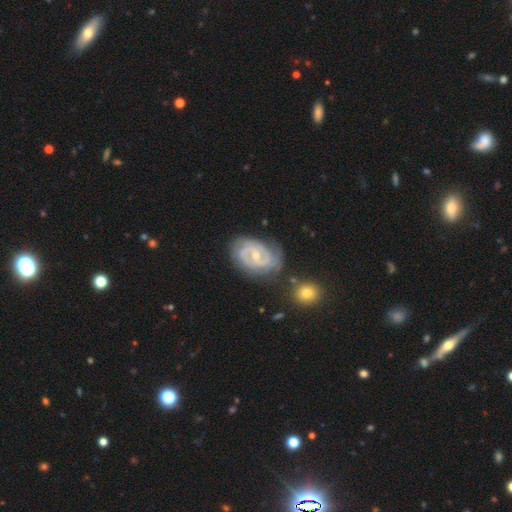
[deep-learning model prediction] Morphology: type=featured or disk (88%); edge-on=no (97%); bar=no (45%); spiral arms=yes (96%); winding=tight (56%); arm count=2 (62%); bulge=small (54%); merging=none (68%).